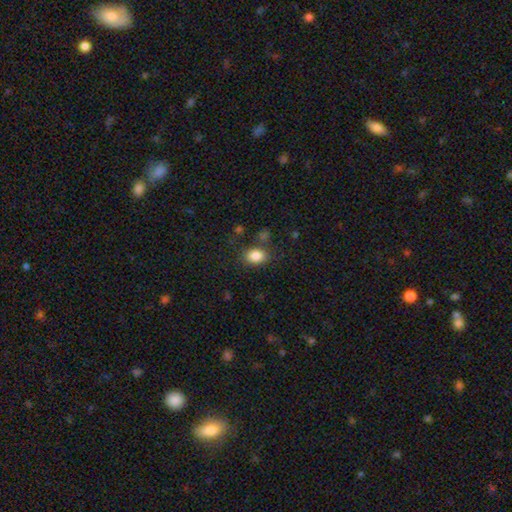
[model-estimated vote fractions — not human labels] smooth-or-featured: smooth: 85% | star or artifact: 9% | featured or disk: 5%
  how-rounded: in between: 73% | round: 26% | cigar-shaped: 1%
  merging: none: 78% | minor disturbance: 12% | merger: 5% | major disturbance: 4%